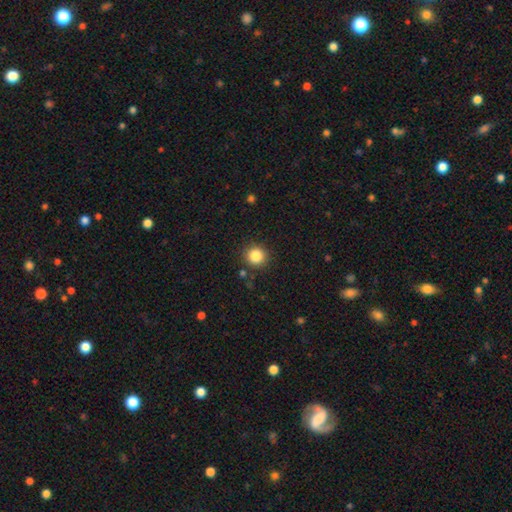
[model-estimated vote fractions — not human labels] Smooth or featured?
  - smooth: 85% *
  - star or artifact: 11%
  - featured or disk: 5%
How rounded?
  - round: 92% *
  - in between: 7%
  - cigar-shaped: 1%
Merging?
  - none: 88% *
  - minor disturbance: 7%
  - major disturbance: 2%
  - merger: 2%